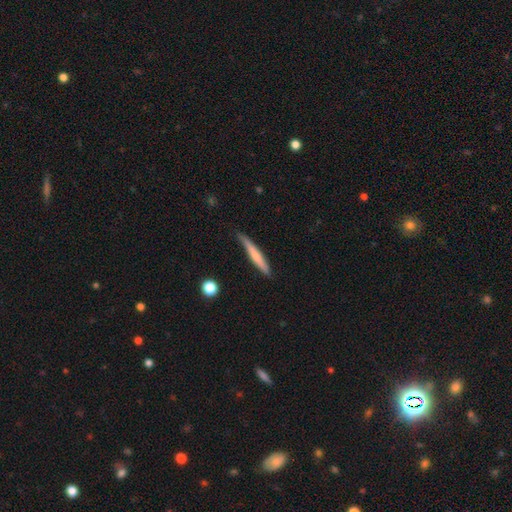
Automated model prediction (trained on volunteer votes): Smooth or featured?
  - smooth: 63% *
  - featured or disk: 32%
  - star or artifact: 6%
How rounded?
  - cigar-shaped: 95% *
  - in between: 3%
  - round: 1%
Merging?
  - none: 77% *
  - minor disturbance: 18%
  - major disturbance: 3%
  - merger: 2%